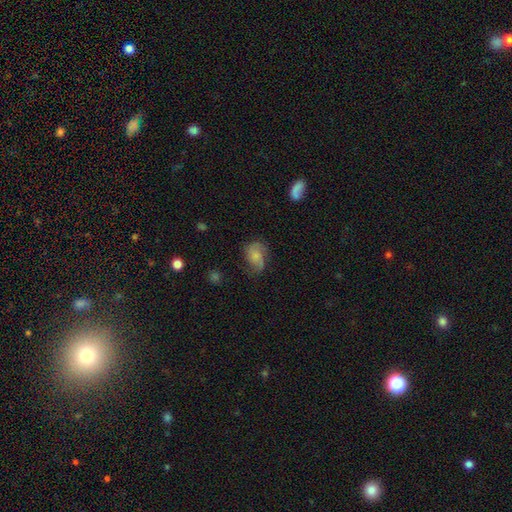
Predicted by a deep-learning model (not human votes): A smooth galaxy with no disk features (58%) that is in between round and cigar-shaped (74%).

Vote fractions:
- Smooth or featured? smooth: 58% / featured or disk: 33% / star or artifact: 9%
- How rounded? in between: 74% / round: 25% / cigar-shaped: 2%
- Merging? none: 48% / minor disturbance: 30% / major disturbance: 20% / merger: 2%